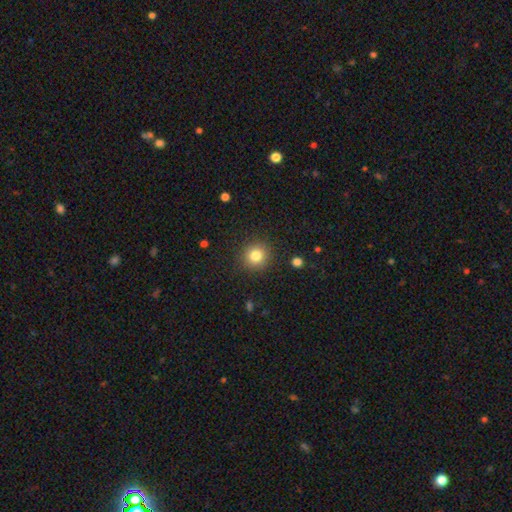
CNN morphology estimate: smooth 81%, star or artifact 11%, featured or disk 7%. Down the decision tree: how rounded — round (93%); merging — none (90%).